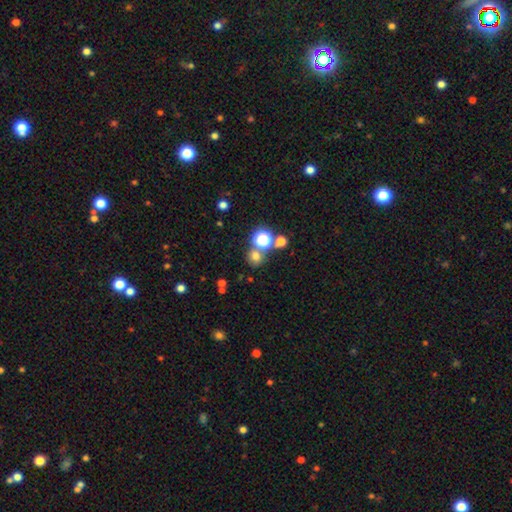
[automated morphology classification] This appears to be a smooth galaxy with no disk features (67%) that is round (86%). Merging: none (69%).